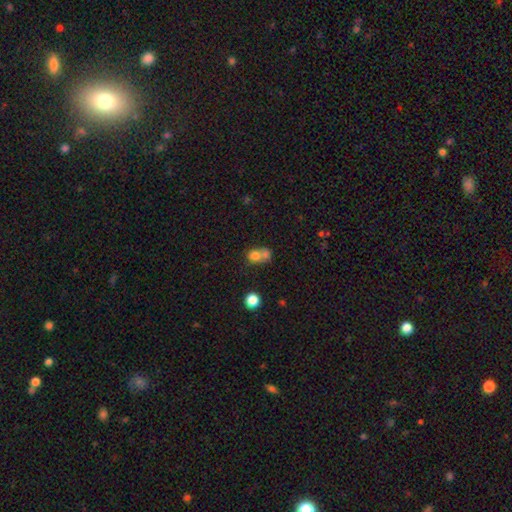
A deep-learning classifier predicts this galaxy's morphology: Smooth or featured? Predicted: smooth (p=0.74). How rounded? Predicted: round (p=0.62). Merging? Predicted: merger (p=0.61).